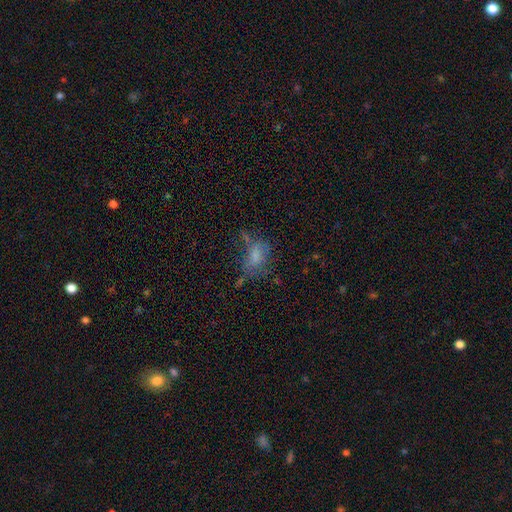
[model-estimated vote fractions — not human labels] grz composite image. It shows a smooth galaxy with no disk features (63%) that is in between round and cigar-shaped (79%). Merging: none (39%).